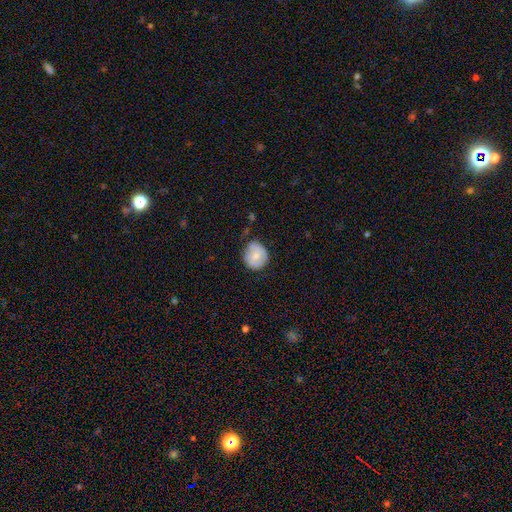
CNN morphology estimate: Q: Smooth or featured?
A: smooth (70%); runner-up: featured or disk (22%)
Q: How rounded?
A: round (81%); runner-up: in between (18%)
Q: Merging?
A: none (63%); runner-up: minor disturbance (29%)